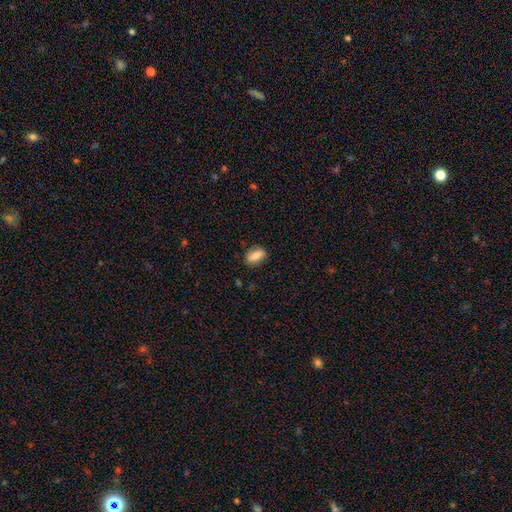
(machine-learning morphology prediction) smooth-or-featured: smooth: 79% | featured or disk: 13% | star or artifact: 8%
  how-rounded: in between: 78% | cigar-shaped: 14% | round: 8%
  merging: none: 79% | minor disturbance: 16% | major disturbance: 4% | merger: 2%